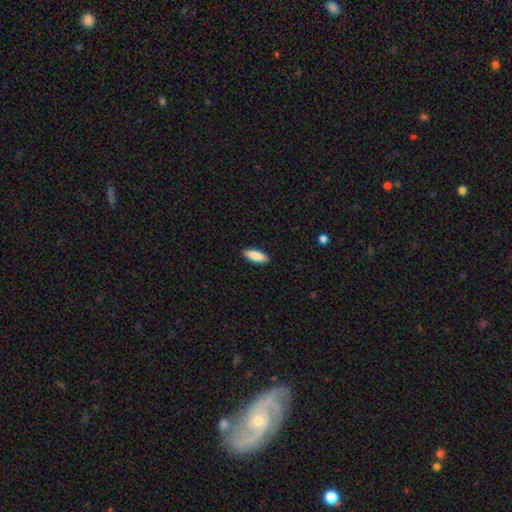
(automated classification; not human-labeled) smooth-or-featured: smooth: 88% | featured or disk: 6% | star or artifact: 6%
  how-rounded: in between: 68% | cigar-shaped: 30% | round: 2%
  merging: none: 90% | minor disturbance: 8% | major disturbance: 2% | merger: 1%